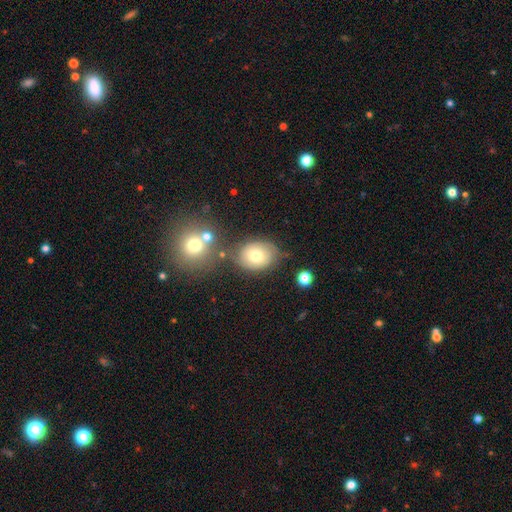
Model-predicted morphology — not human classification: A smooth galaxy with no disk features (69%) that is round (52%). Merging: none (66%).